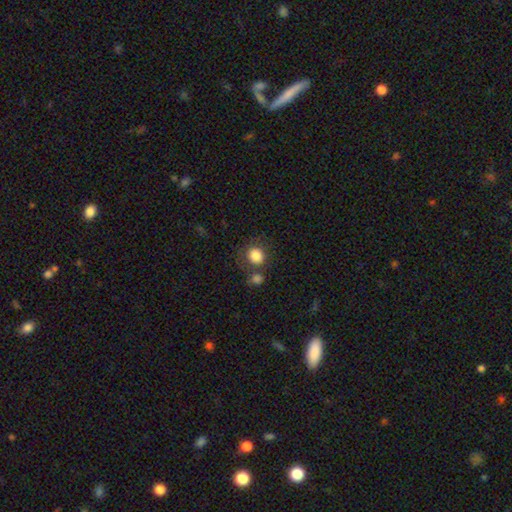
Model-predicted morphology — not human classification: This is clearly a smooth galaxy (84%). How rounded: clearly round (82%). Merging: likely none (63%).